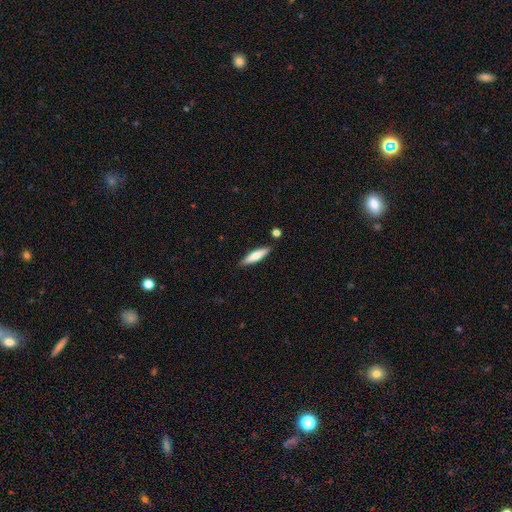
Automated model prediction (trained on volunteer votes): Smooth or featured? Predicted: smooth (p=0.65). How rounded? Predicted: cigar-shaped (p=0.75). Merging? Predicted: none (p=0.86).